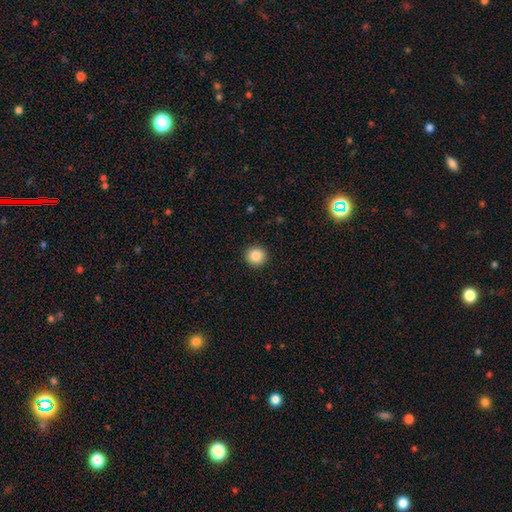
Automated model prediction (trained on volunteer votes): This is clearly a smooth galaxy (87%). How rounded: clearly round (94%). Merging: clearly none (93%).